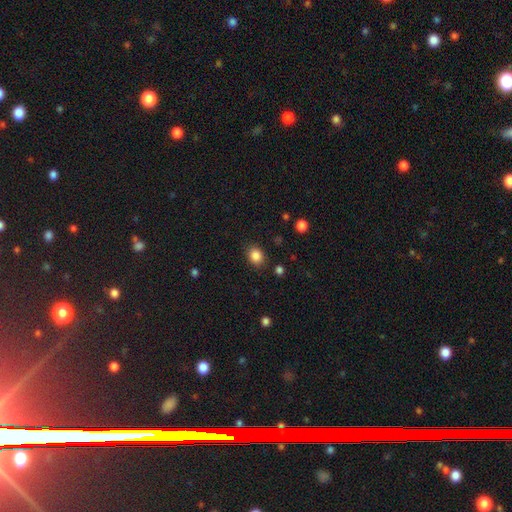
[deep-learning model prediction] Morphology: type=smooth (86%); roundness=round (55%); merging=none (85%).